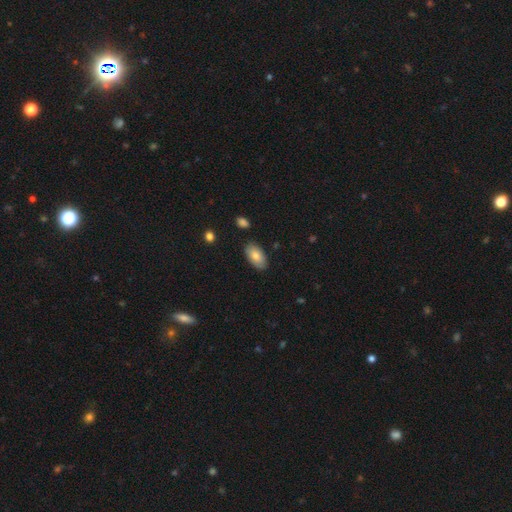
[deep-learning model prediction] Smooth or featured: smooth — 81% (featured or disk — 13%)
How rounded: in between — 95% (round — 3%)
Merging: none — 85% (minor disturbance — 11%)